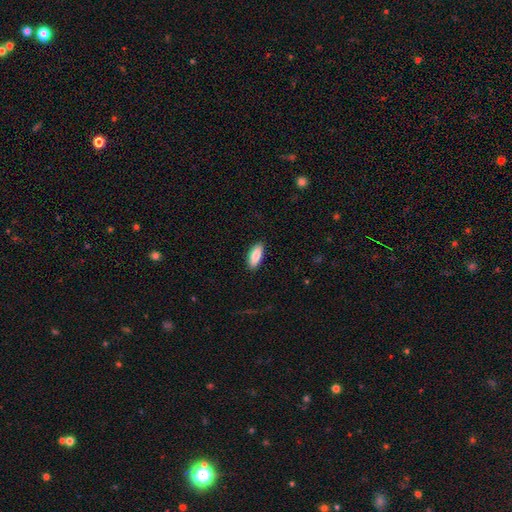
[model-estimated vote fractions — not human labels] smooth 87%, featured or disk 7%, star or artifact 6%. Down the decision tree: how rounded — in between (79%); merging — none (89%).